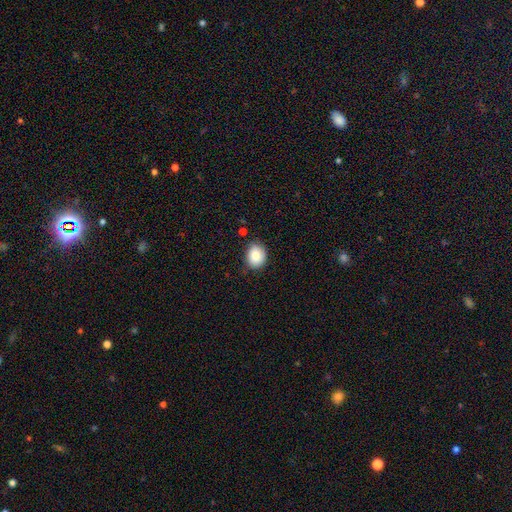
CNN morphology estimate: Smooth or featured: smooth — 83% (featured or disk — 9%)
How rounded: round — 53% (in between — 46%)
Merging: none — 80% (minor disturbance — 15%)